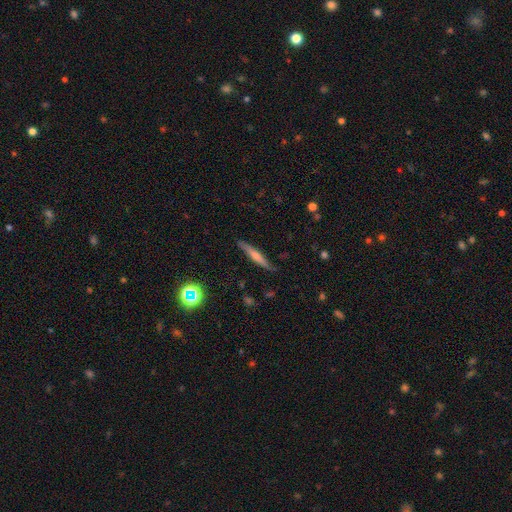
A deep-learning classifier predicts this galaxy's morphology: A featured or disk galaxy (52%) viewed edge-on (94%).

Vote fractions:
- Smooth or featured? featured or disk: 52% / smooth: 39% / star or artifact: 9%
- Edge-on disk? yes: 94% / no: 6%
- Merging? none: 86% / minor disturbance: 11% / major disturbance: 2% / merger: 1%